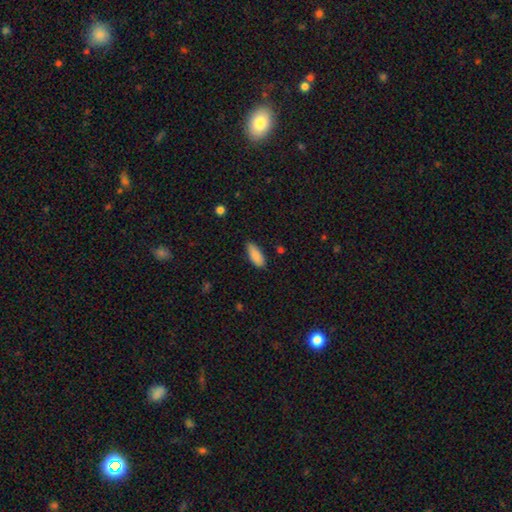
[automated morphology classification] smooth 89%, star or artifact 6%, featured or disk 5%. Down the decision tree: how rounded — in between (83%); merging — none (77%).